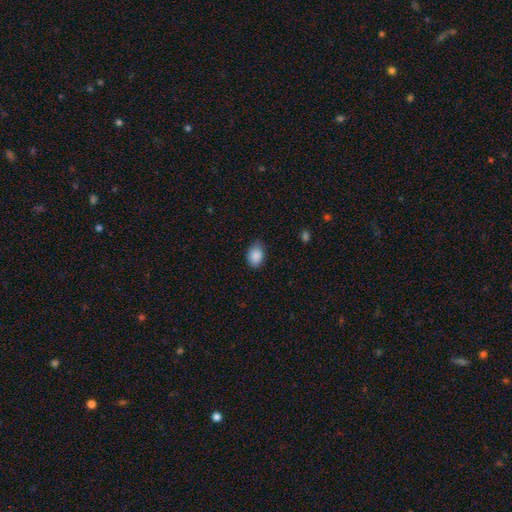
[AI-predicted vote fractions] This appears to be a smooth galaxy with no disk features (88%) that is in between round and cigar-shaped (79%). Merging: none (74%).